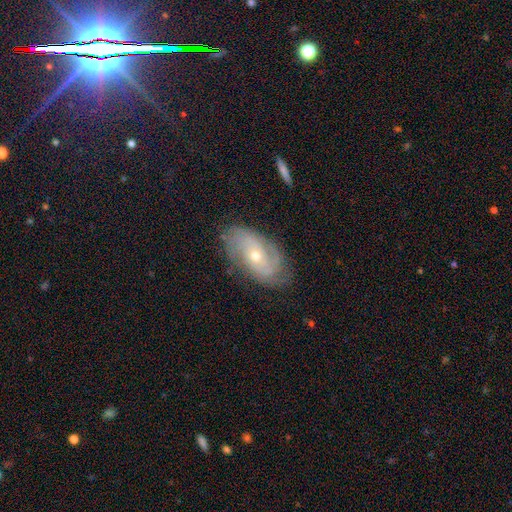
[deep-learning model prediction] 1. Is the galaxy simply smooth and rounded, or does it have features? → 75% featured or disk, 18% smooth, 7% star or artifact.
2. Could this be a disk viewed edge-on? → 93% no, 7% yes.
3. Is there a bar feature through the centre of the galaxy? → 71% no, 23% weak, 5% strong.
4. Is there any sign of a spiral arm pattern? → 89% yes, 11% no.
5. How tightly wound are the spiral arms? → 54% tight, 33% medium, 13% loose.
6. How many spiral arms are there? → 38% 2, 35% can't tell, 14% 3, 5% 4, 5% 1, 4% more than 4.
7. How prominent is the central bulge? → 52% small, 45% moderate, 1% large, 1% none, 1% dominant.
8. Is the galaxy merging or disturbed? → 75% none, 18% minor disturbance, 6% major disturbance, 1% merger.